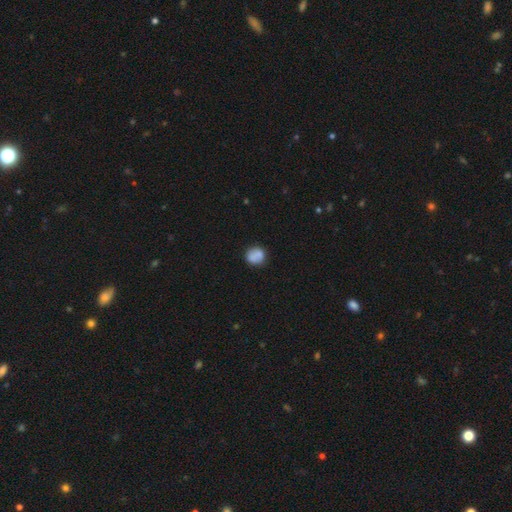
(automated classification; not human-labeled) A smooth galaxy with no disk features (76%) that is round (82%). Merging: none (57%).